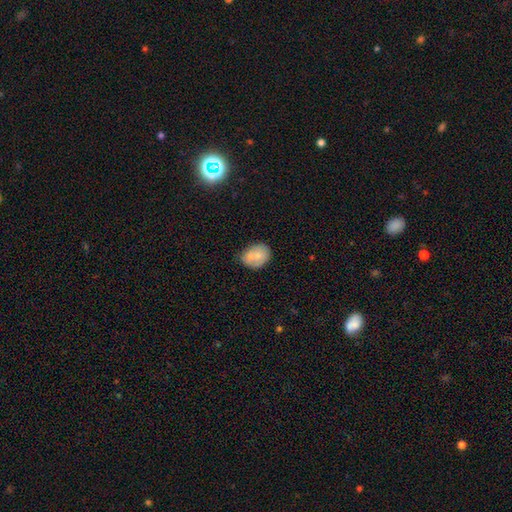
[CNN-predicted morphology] smooth 78%, featured or disk 15%, star or artifact 8%. Down the decision tree: how rounded — in between (62%); merging — none (57%).